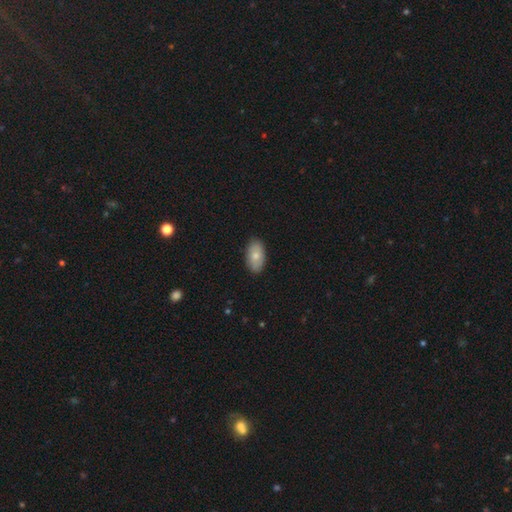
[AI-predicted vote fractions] Smooth or featured? Predicted: smooth (p=0.75). How rounded? Predicted: in between (p=0.94). Merging? Predicted: none (p=0.87).